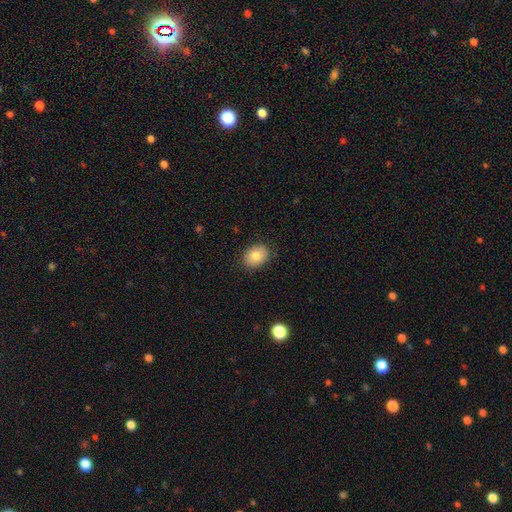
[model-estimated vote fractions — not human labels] This is clearly a smooth galaxy (83%). How rounded: likely in between (67%). Merging: clearly none (87%).